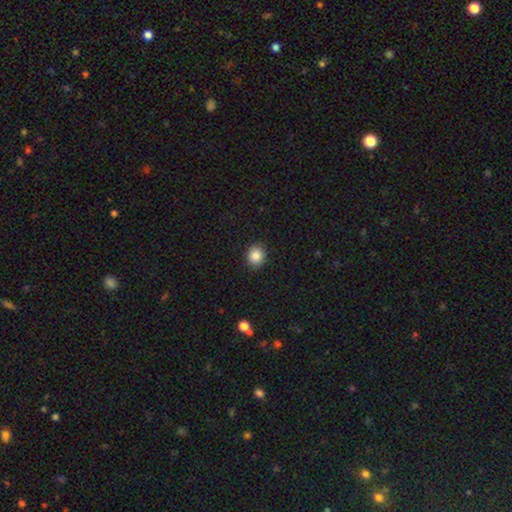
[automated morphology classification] type=smooth (87%); roundness=round (71%); merging=none (89%).